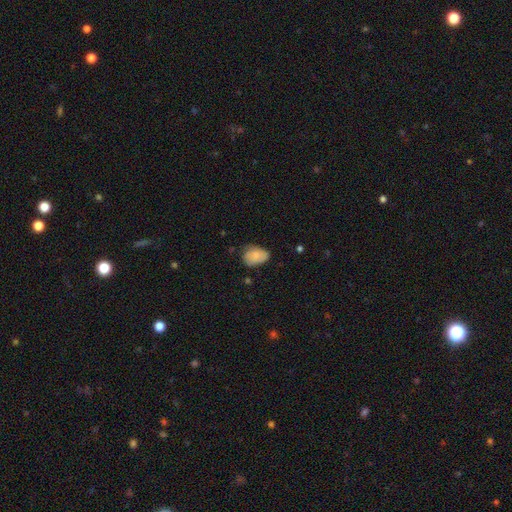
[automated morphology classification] smooth 80%, featured or disk 12%, star or artifact 8%. Down the decision tree: how rounded — in between (80%); merging — none (50%).